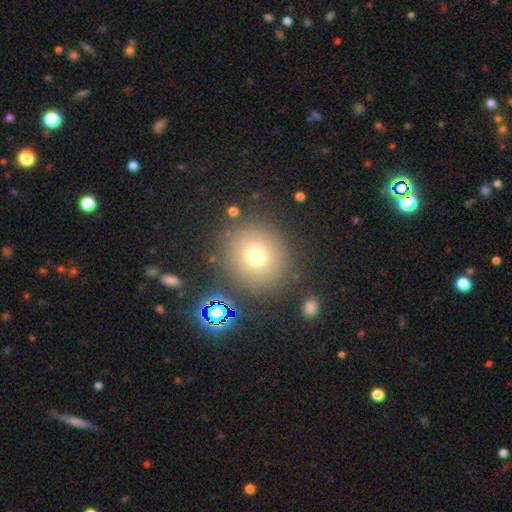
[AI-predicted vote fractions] smooth 72%, star or artifact 18%, featured or disk 11%. Down the decision tree: how rounded — round (90%); merging — none (85%).